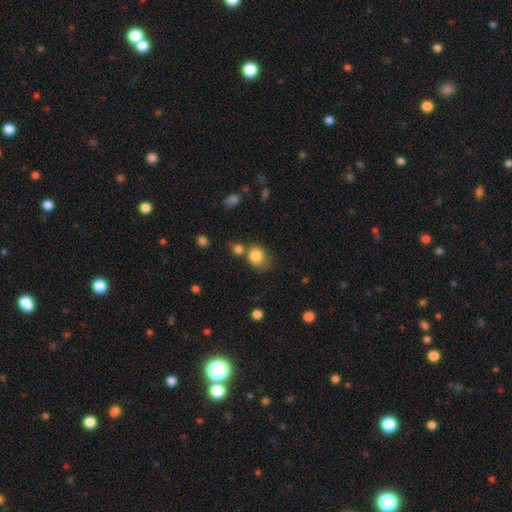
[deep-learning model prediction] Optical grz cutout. It shows a smooth galaxy with no disk features (82%) that is round (59%). Merging: none (47%).